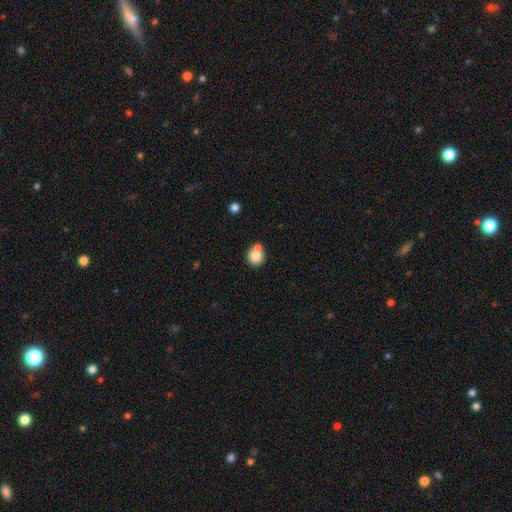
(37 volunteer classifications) A smooth galaxy with no disk features (86%) that is round (94%). Merging: none (67%).